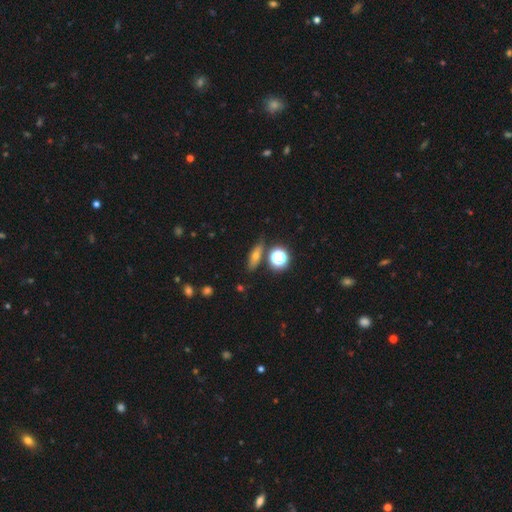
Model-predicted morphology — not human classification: Smooth or featured: smooth — 49% (featured or disk — 30%)
Merging: none — 78% (minor disturbance — 11%)